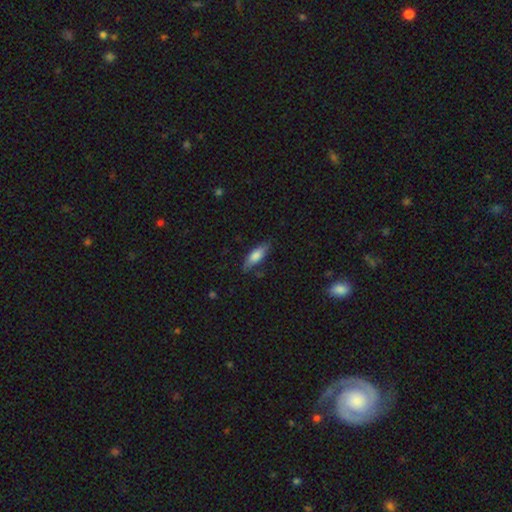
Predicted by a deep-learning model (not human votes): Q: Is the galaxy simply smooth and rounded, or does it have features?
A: smooth — 75%.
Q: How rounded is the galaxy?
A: in between — 54%.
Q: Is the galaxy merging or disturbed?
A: none — 74%.